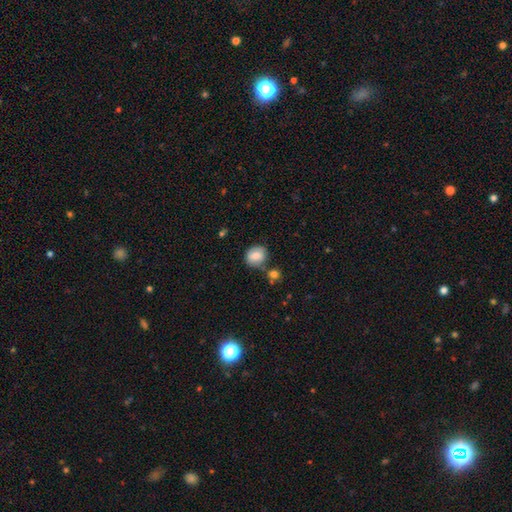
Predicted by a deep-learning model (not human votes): A smooth galaxy with no disk features (80%) that is round (69%). Merging: none (67%).